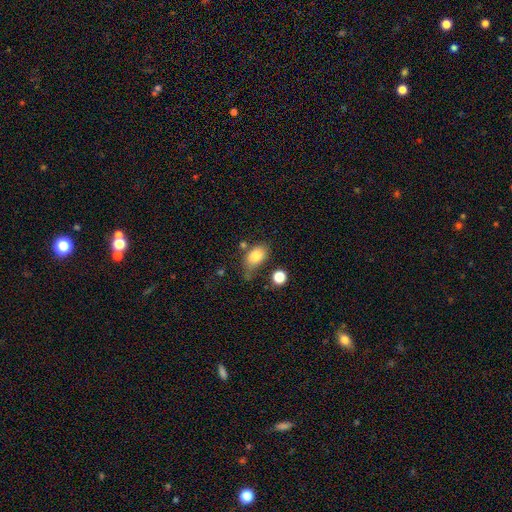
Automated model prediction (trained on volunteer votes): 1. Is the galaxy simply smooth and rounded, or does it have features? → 81% smooth, 10% featured or disk, 9% star or artifact.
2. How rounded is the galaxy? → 83% in between, 15% round, 2% cigar-shaped.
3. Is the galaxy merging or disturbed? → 49% none, 29% minor disturbance, 12% major disturbance, 10% merger.